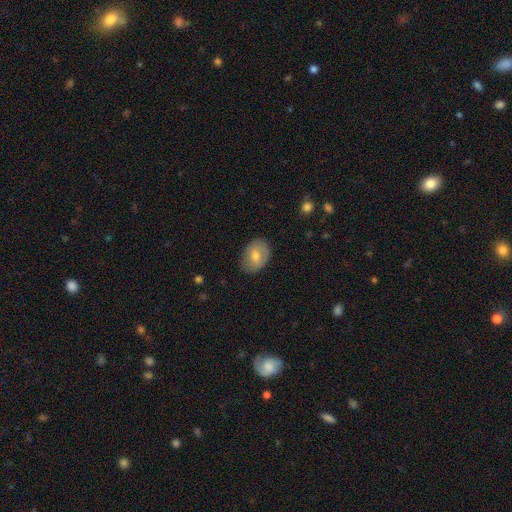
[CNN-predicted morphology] type=smooth (63%); roundness=in between (78%); merging=none (82%).